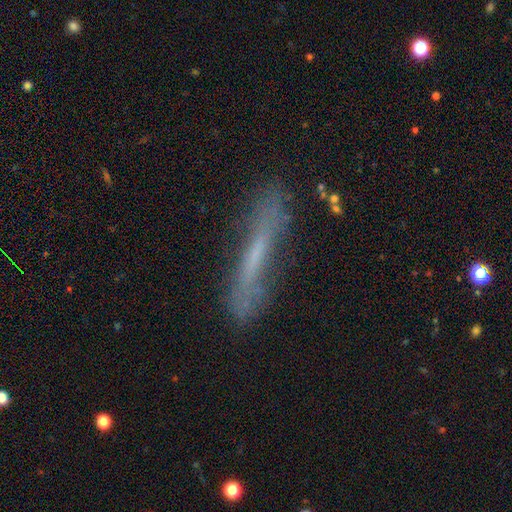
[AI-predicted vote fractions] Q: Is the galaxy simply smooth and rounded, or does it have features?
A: featured or disk — 49%.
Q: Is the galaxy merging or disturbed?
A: none — 72%.